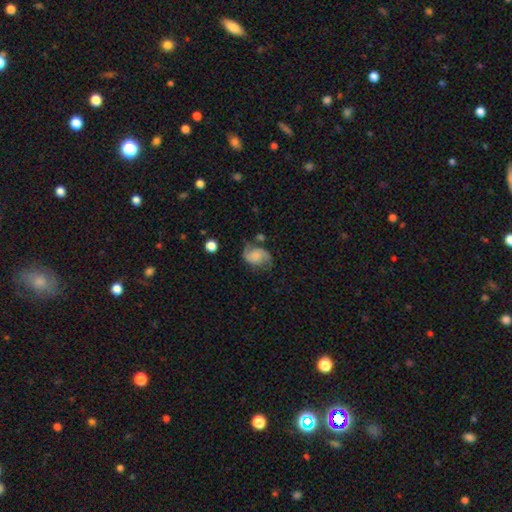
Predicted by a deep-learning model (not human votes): smooth_or_featured: featured or disk (p=0.67) [alt: smooth p=0.25]
disk_edge_on: no (p=0.98) [alt: yes p=0.02]
bar: no (p=0.65) [alt: weak p=0.29]
has_spiral_arms: yes (p=0.93) [alt: no p=0.07]
spiral_winding: medium (p=0.45) [alt: loose p=0.37]
spiral_arm_count: 2 (p=0.89) [alt: can't tell p=0.05]
bulge_size: none (p=0.36) [alt: small p=0.31]
merging: none (p=0.58) [alt: minor disturbance p=0.24]